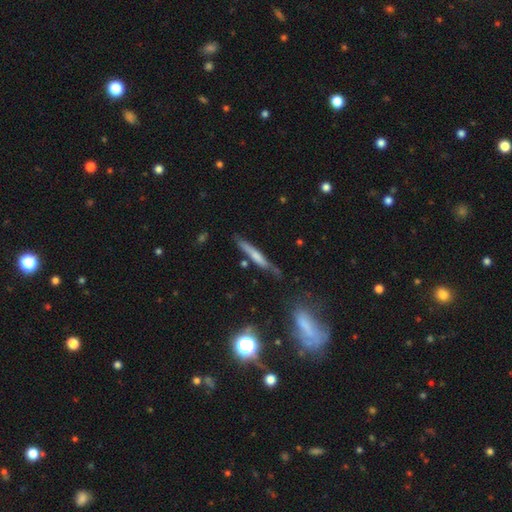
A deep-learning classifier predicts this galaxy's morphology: smooth-or-featured: smooth: 55% | featured or disk: 39% | star or artifact: 6%
  how-rounded: cigar-shaped: 93% | in between: 5% | round: 2%
  merging: none: 68% | minor disturbance: 21% | merger: 6% | major disturbance: 5%